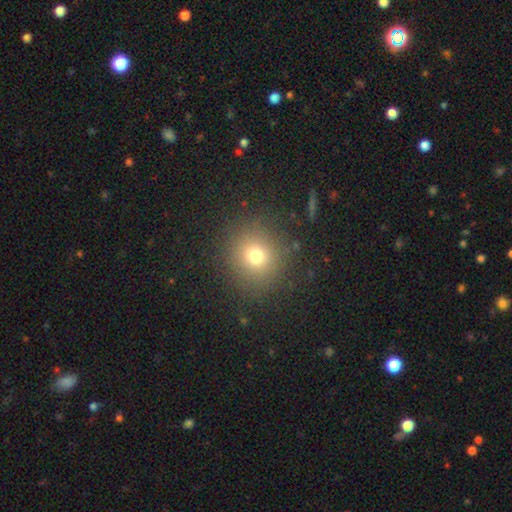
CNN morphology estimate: Smooth or featured? Predicted: smooth (p=0.73). How rounded? Predicted: round (p=0.89). Merging? Predicted: none (p=0.87).